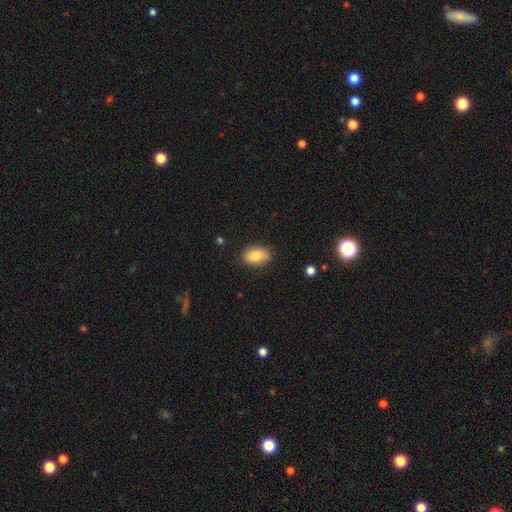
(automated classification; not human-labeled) Smooth or featured: smooth — 85% (featured or disk — 8%)
How rounded: in between — 87% (round — 11%)
Merging: none — 82% (minor disturbance — 14%)